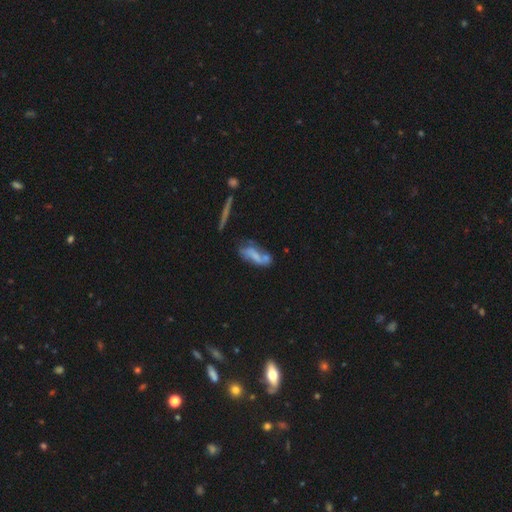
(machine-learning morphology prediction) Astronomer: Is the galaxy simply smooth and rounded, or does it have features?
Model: featured or disk — 46% (runner-up: smooth, 44%).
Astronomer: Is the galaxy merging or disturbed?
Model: none — 39% (runner-up: minor disturbance, 23%).